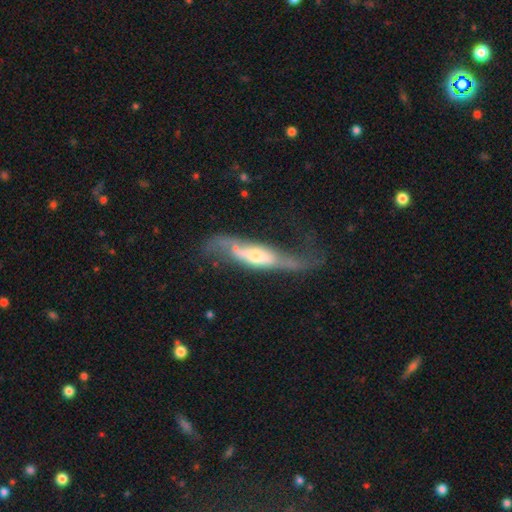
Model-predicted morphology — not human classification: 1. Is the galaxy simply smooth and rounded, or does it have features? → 68% featured or disk, 26% smooth, 6% star or artifact.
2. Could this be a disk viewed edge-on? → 56% no, 44% yes.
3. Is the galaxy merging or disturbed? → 38% major disturbance, 32% none, 22% minor disturbance, 7% merger.